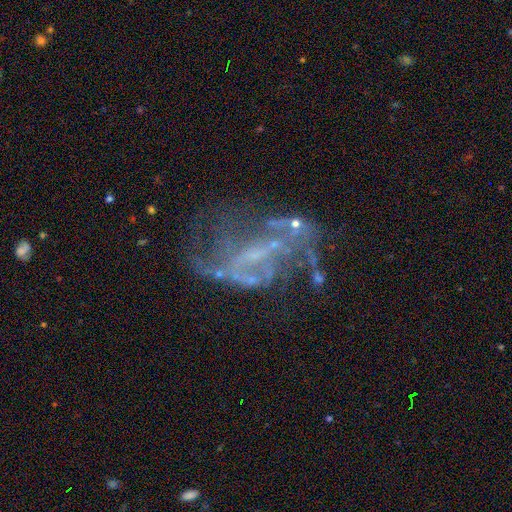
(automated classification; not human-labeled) featured or disk 73%, star or artifact 17%, smooth 10%. Down the decision tree: edge-on disk — no (97%); bar — no (43%); spiral arms — yes (60%); bulge size — none (50%); merging — none (40%).